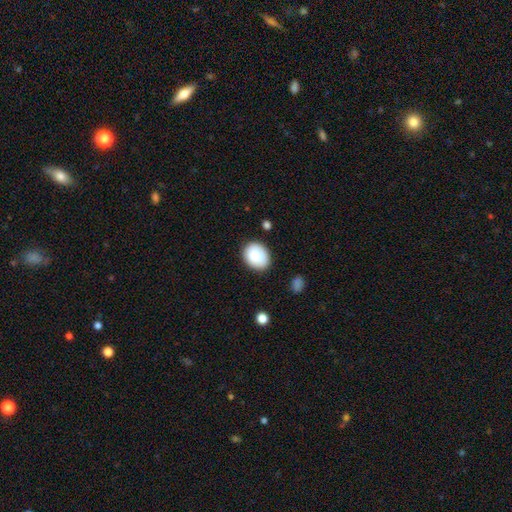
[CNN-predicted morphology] type=smooth (87%); roundness=in between (58%); merging=none (82%).